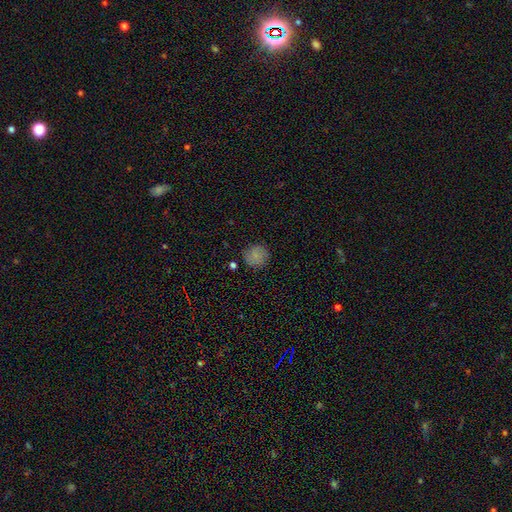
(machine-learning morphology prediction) A smooth galaxy with no disk features (80%) that is round (90%). Merging: none (83%).